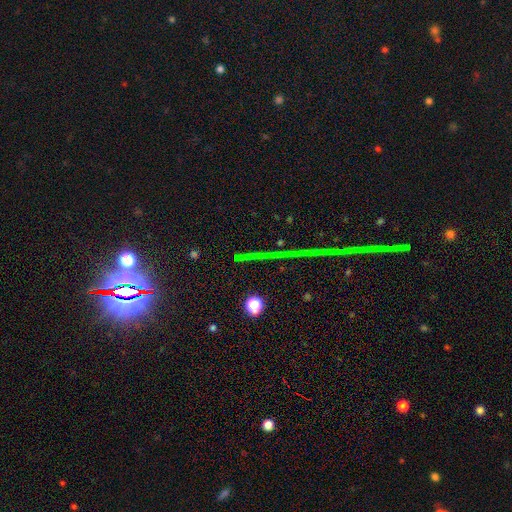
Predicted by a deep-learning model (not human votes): Smooth or featured?
  - star or artifact: 78% *
  - featured or disk: 12%
  - smooth: 10%